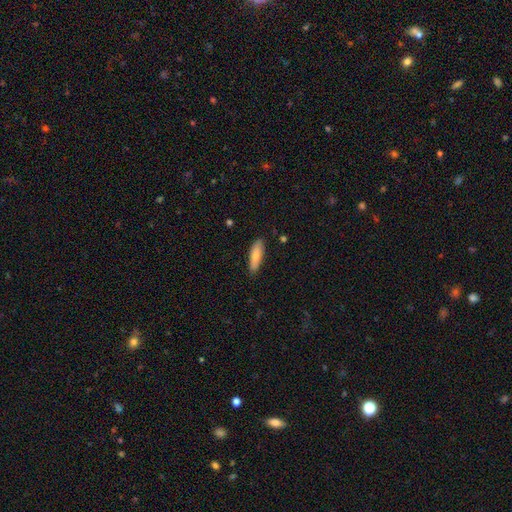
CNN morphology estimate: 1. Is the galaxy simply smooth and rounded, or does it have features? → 79% smooth, 15% featured or disk, 6% star or artifact.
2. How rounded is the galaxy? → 51% cigar-shaped, 47% in between, 2% round.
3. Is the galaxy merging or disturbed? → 85% none, 12% minor disturbance, 2% major disturbance, 1% merger.